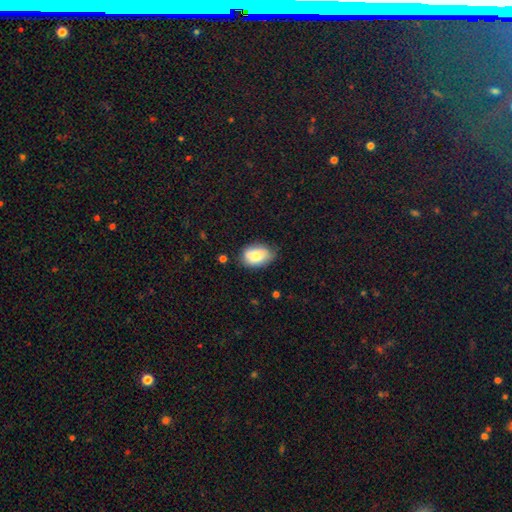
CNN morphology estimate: Q: Smooth or featured?
A: smooth (81%); runner-up: featured or disk (12%)
Q: How rounded?
A: in between (85%); runner-up: round (14%)
Q: Merging?
A: none (71%); runner-up: minor disturbance (23%)